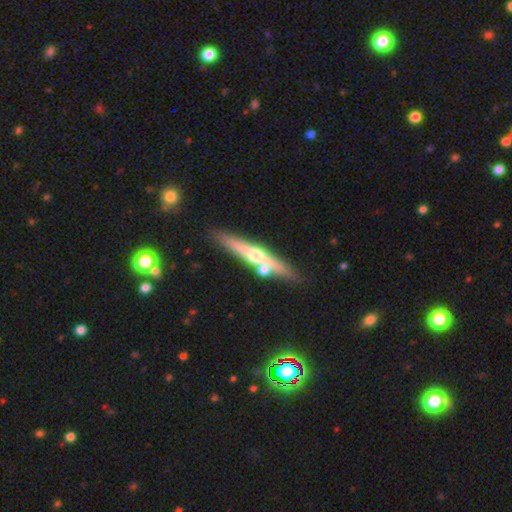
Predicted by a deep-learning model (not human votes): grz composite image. It shows a featured or disk galaxy (64%) viewed edge-on (94%) with a rounded central bulge (92%). Merging: none (73%).